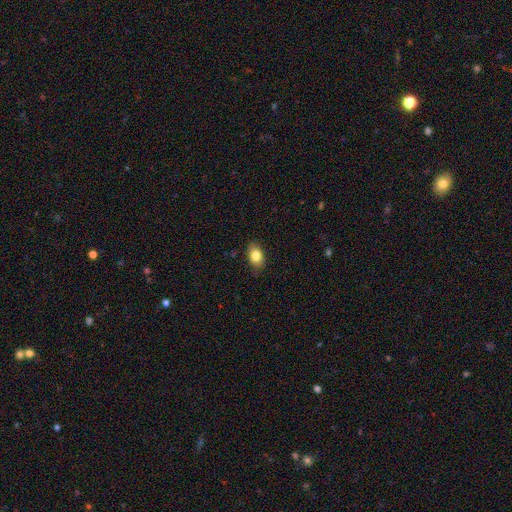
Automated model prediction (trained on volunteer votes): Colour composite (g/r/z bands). It shows a smooth galaxy with no disk features (82%) that is in between round and cigar-shaped (82%). Merging: none (85%).